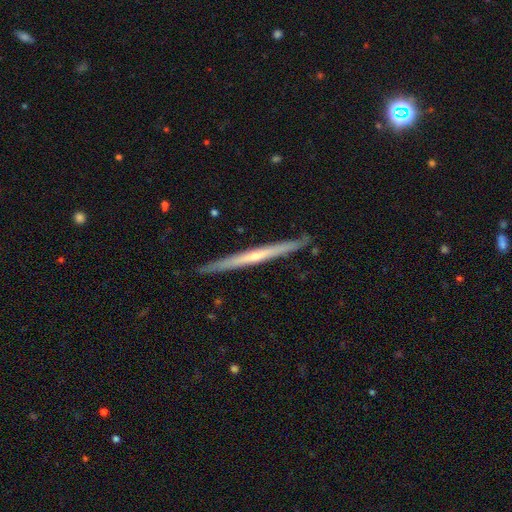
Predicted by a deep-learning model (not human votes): This appears to be a featured or disk galaxy (64%) viewed edge-on (97%) with no central bulge (64%). Merging: none (90%).